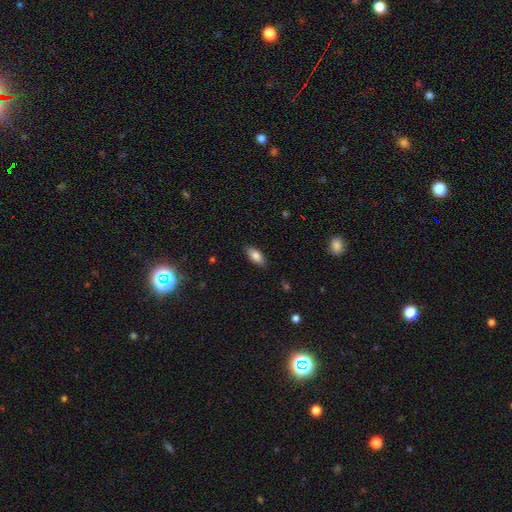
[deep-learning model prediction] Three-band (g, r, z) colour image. It shows a smooth galaxy with no disk features (81%) that is in between round and cigar-shaped (83%). Merging: none (86%).